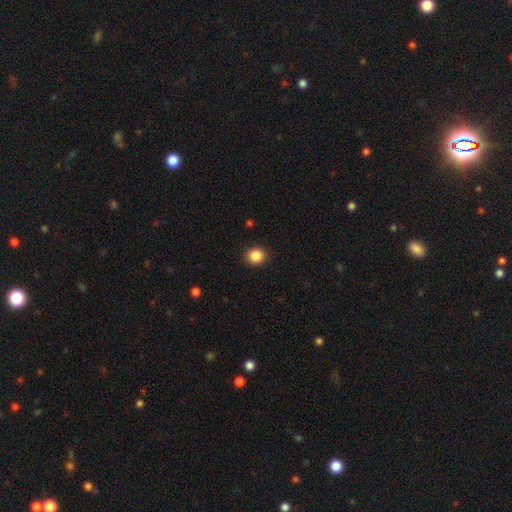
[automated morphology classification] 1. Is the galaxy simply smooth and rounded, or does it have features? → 87% smooth, 10% star or artifact, 4% featured or disk.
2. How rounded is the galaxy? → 83% round, 16% in between, 1% cigar-shaped.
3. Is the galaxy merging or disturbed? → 91% none, 6% minor disturbance, 2% major disturbance, 1% merger.